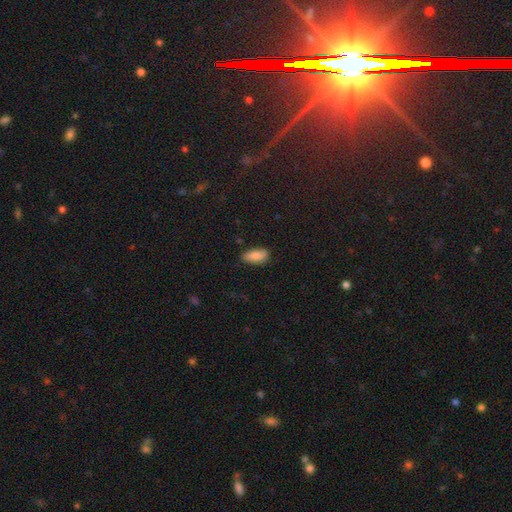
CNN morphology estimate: Overall: smooth (87%). How rounded: in between (86%). Merging: none (82%).